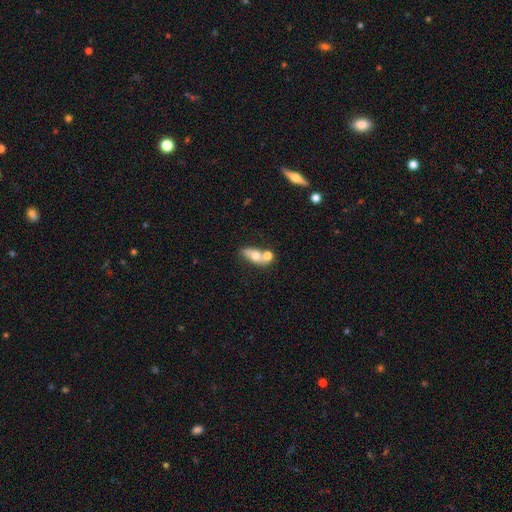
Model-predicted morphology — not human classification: Smooth or featured? Predicted: smooth (p=0.62). How rounded? Predicted: in between (p=0.68). Merging? Predicted: merger (p=0.50).